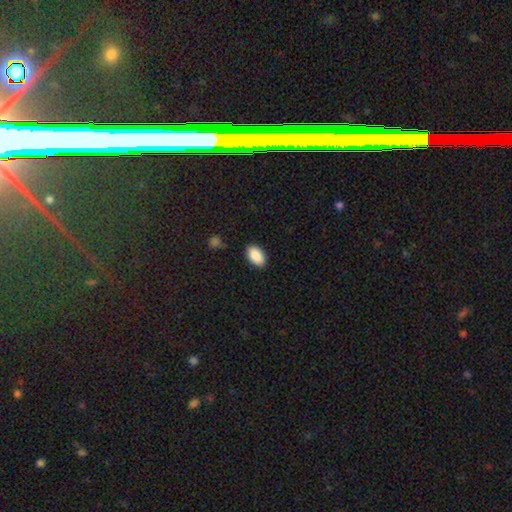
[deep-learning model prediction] smooth_or_featured: smooth (p=0.89) [alt: star or artifact p=0.07]
how_rounded: in between (p=0.93) [alt: round p=0.06]
merging: none (p=0.88) [alt: minor disturbance p=0.09]